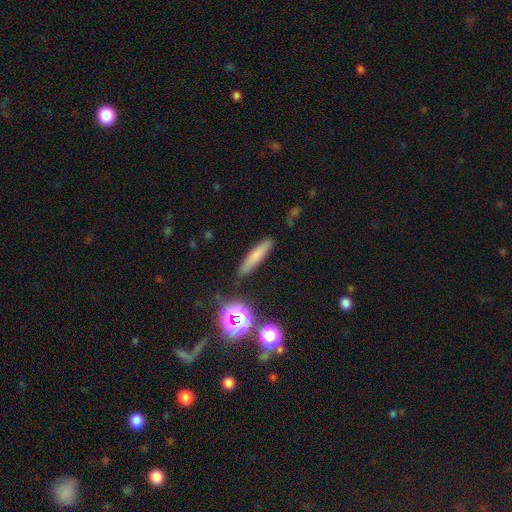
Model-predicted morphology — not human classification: smooth_or_featured: smooth (p=0.69) [alt: featured or disk p=0.18]
how_rounded: cigar-shaped (p=0.87) [alt: in between p=0.09]
merging: none (p=0.85) [alt: minor disturbance p=0.10]